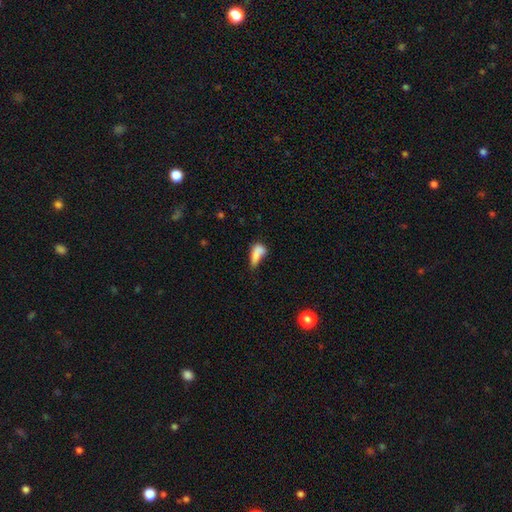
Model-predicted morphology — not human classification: This appears to be a smooth galaxy with no disk features (74%) that is in between round and cigar-shaped (72%). Merging: minor disturbance (27%).